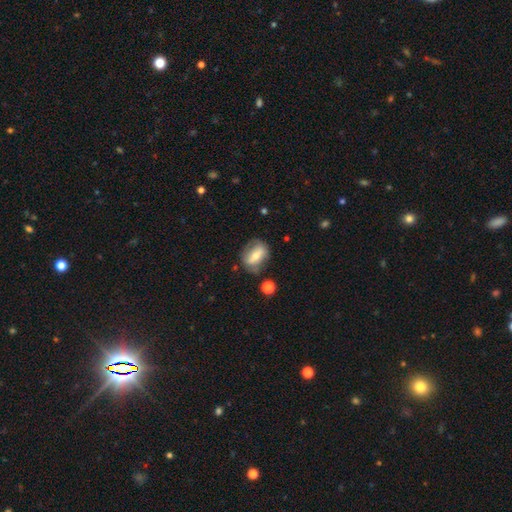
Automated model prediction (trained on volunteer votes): Q: Smooth or featured?
A: smooth (46%); tied with: featured or disk (46%)
Q: Merging?
A: none (65%); runner-up: minor disturbance (22%)